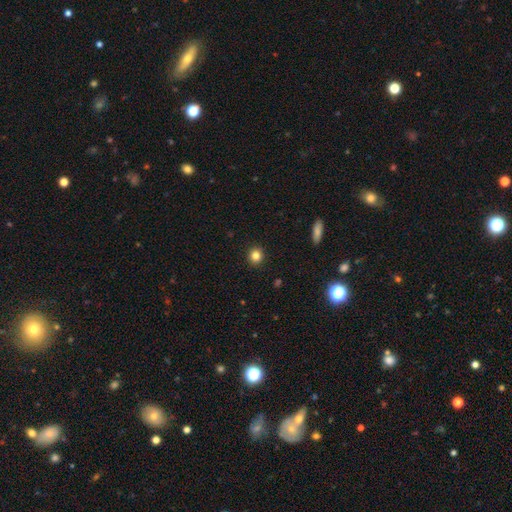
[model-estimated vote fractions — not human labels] The model was most divided on "smooth or featured": smooth: 83%, star or artifact: 12%, featured or disk: 5%. More confident: merging — none (92%); how rounded — round (90%).